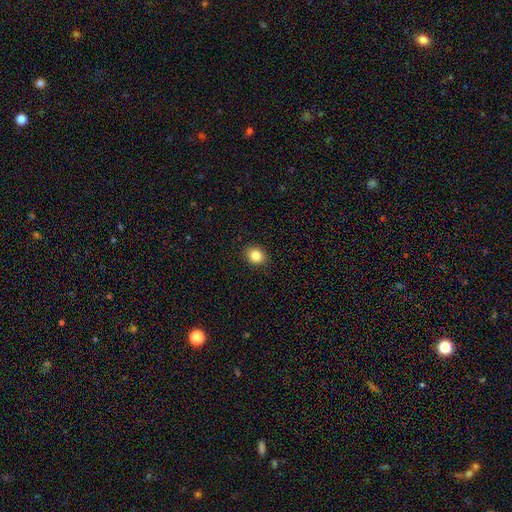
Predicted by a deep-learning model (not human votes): smooth-or-featured: smooth: 83% | star or artifact: 10% | featured or disk: 6%
  how-rounded: round: 62% | in between: 37% | cigar-shaped: 1%
  merging: none: 91% | minor disturbance: 6% | major disturbance: 2% | merger: 1%